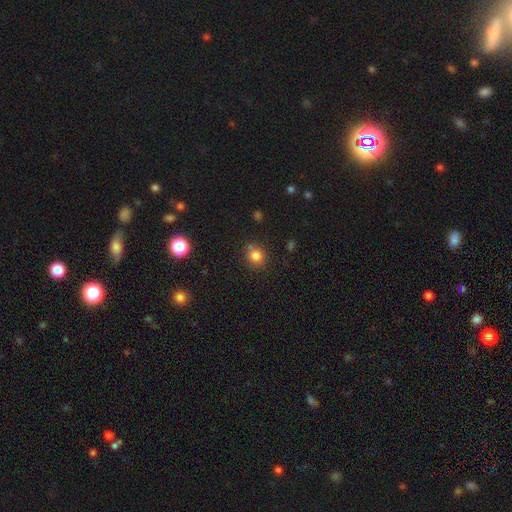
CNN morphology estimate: Q: Smooth or featured?
A: smooth (80%); runner-up: star or artifact (13%)
Q: How rounded?
A: round (87%); runner-up: in between (12%)
Q: Merging?
A: none (75%); runner-up: minor disturbance (12%)